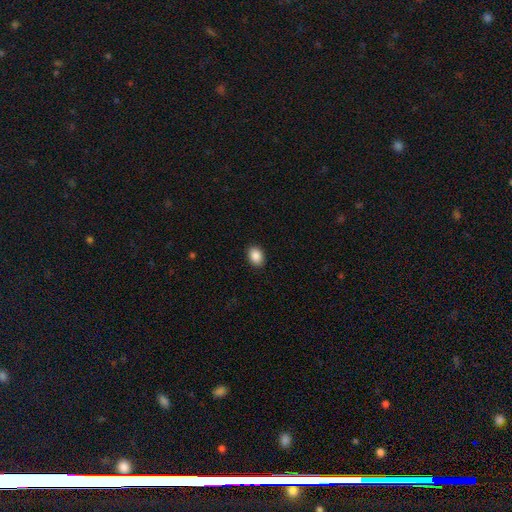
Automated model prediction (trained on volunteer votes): Smooth or featured? Predicted: smooth (p=0.89). How rounded? Predicted: in between (p=0.75). Merging? Predicted: none (p=0.90).